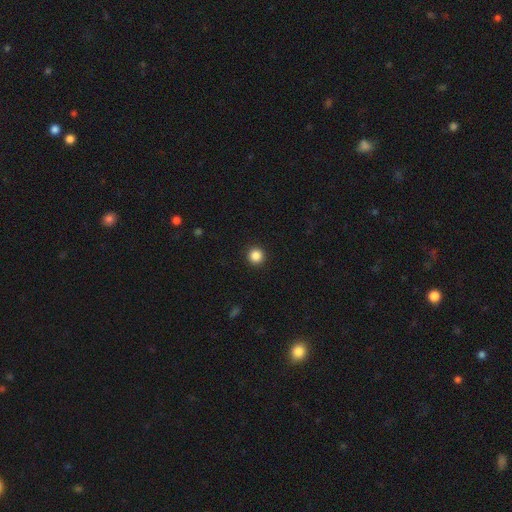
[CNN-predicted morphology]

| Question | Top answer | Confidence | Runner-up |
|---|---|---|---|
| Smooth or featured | smooth | 86% | star or artifact (11%) |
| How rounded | round | 96% | in between (3%) |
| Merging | none | 93% | minor disturbance (4%) |